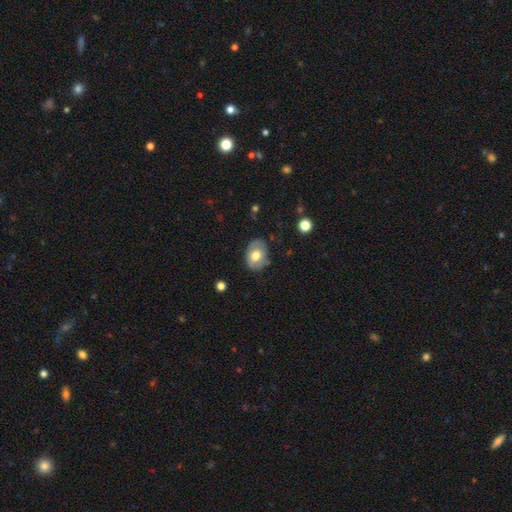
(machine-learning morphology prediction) smooth 64%, featured or disk 28%, star or artifact 7%. Down the decision tree: how rounded — in between (71%); merging — none (76%).